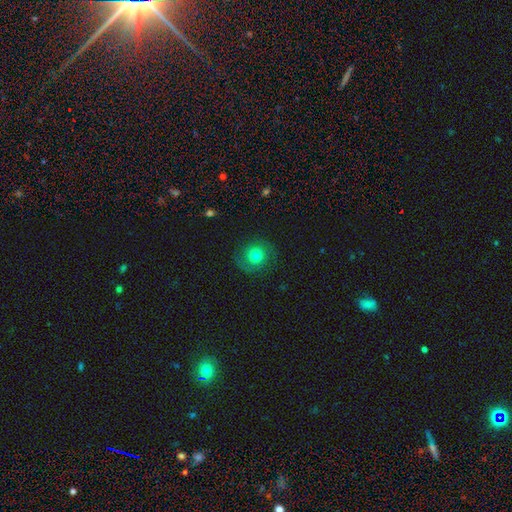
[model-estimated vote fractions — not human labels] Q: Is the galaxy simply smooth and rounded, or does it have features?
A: smooth — 59%.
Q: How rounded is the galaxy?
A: round — 88%.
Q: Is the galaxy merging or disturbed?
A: none — 82%.